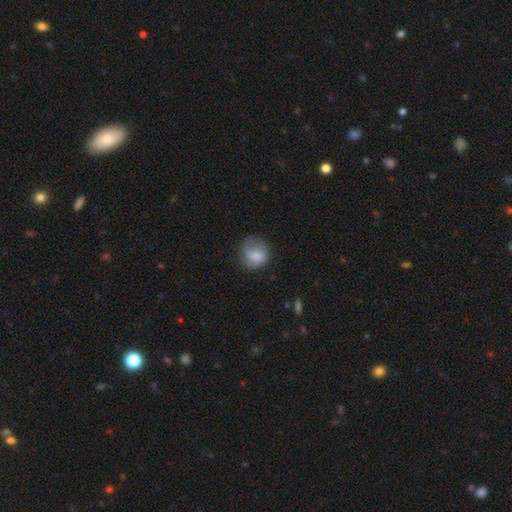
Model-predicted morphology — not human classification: smooth 68%, featured or disk 25%, star or artifact 7%. Down the decision tree: how rounded — round (78%); merging — none (60%).